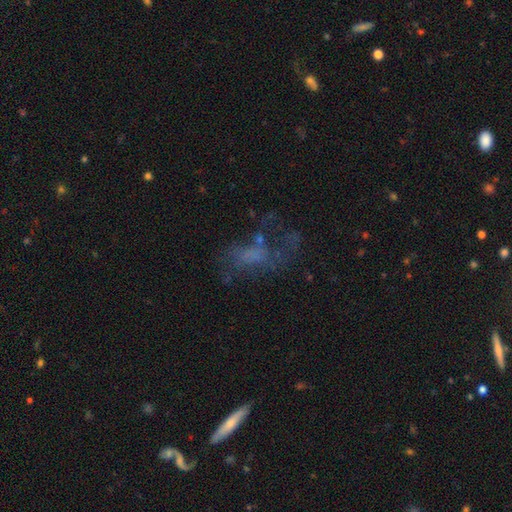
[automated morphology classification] A featured or disk galaxy (47%). Merging: major disturbance (41%).